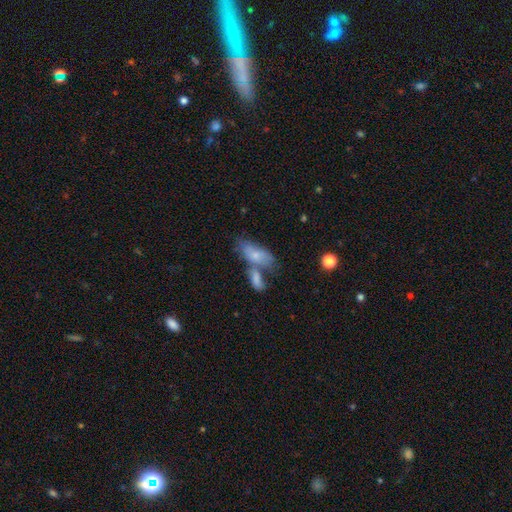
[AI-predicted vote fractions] This appears to be a smooth galaxy with no disk features (67%) that is in between round and cigar-shaped (85%). Merging: merger (49%).